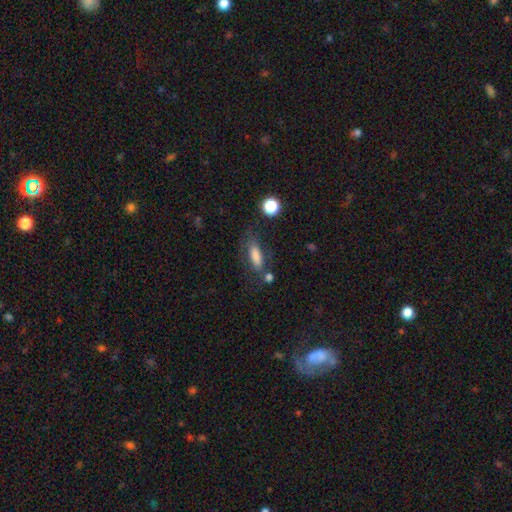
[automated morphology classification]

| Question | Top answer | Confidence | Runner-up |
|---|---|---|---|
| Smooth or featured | smooth | 74% | featured or disk (16%) |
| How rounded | in between | 58% | cigar-shaped (38%) |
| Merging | none | 59% | minor disturbance (21%) |